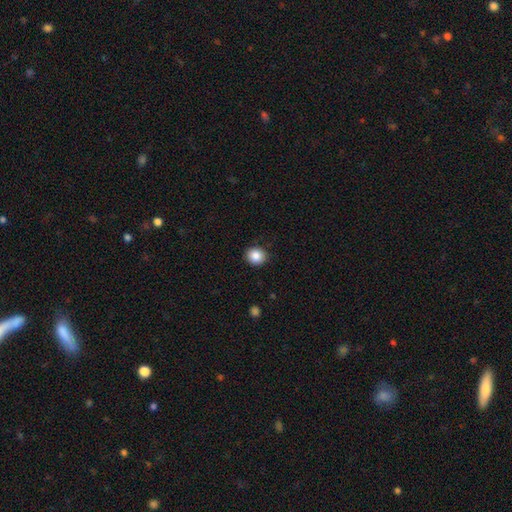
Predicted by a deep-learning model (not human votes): The model was most divided on "how rounded": round: 81%, in between: 18%, cigar-shaped: 1%. More confident: merging — none (89%); smooth or featured — smooth (86%).